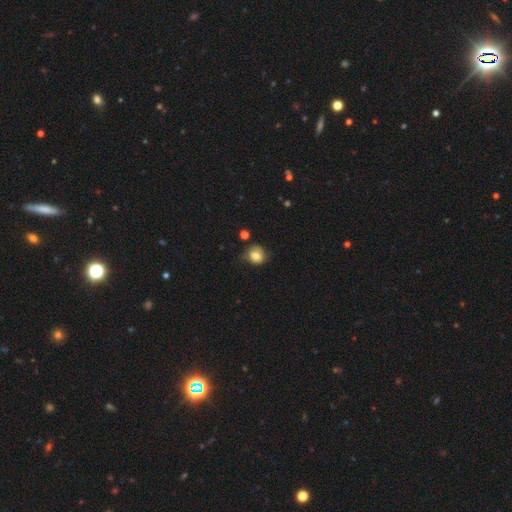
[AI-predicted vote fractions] A smooth galaxy with no disk features (78%) that is round (76%).

Vote fractions:
- Smooth or featured? smooth: 78% / featured or disk: 12% / star or artifact: 10%
- How rounded? round: 76% / in between: 23% / cigar-shaped: 1%
- Merging? none: 62% / minor disturbance: 27% / major disturbance: 7% / merger: 3%